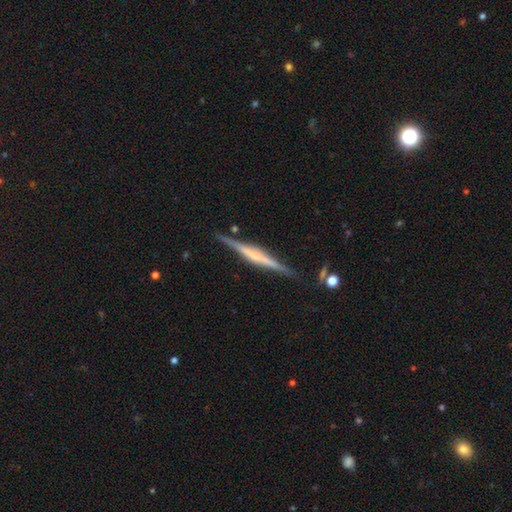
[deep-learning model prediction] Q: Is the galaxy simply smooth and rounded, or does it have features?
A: featured or disk — 78%.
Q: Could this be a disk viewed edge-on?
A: yes — 98%.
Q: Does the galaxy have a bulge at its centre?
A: rounded — 43%.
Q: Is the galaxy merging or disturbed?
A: none — 88%.